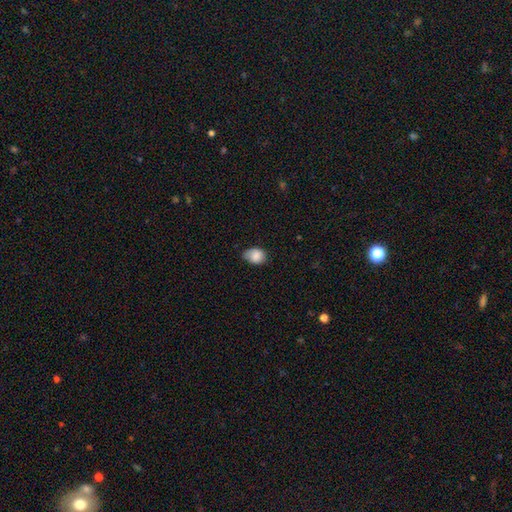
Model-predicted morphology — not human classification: Overall: smooth (85%). How rounded: in between (66%; round 33%). Merging: none (56%; minor disturbance 36%).